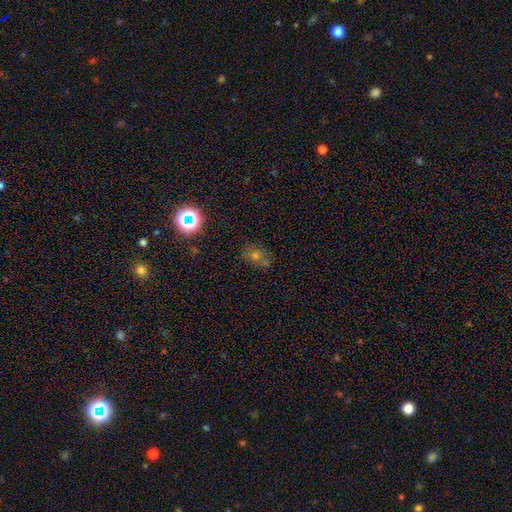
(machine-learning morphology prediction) A smooth galaxy with no disk features (44%). Merging: none (73%).